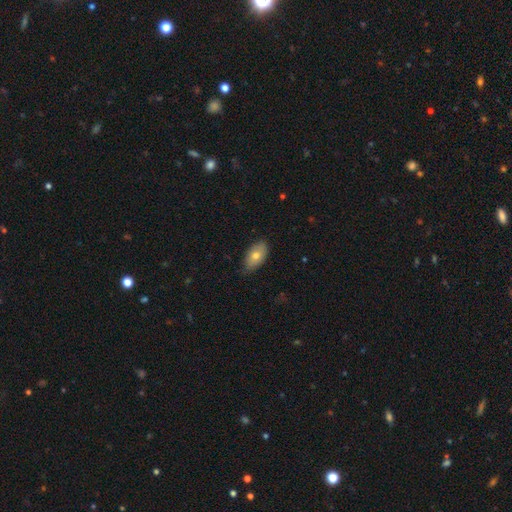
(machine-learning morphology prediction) This is likely a smooth galaxy (71%). How rounded: clearly in between (93%). Merging: likely none (77%).